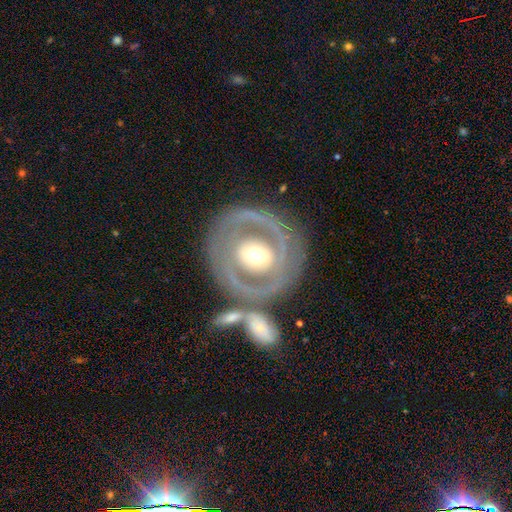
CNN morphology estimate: Q: Smooth or featured?
A: featured or disk (72%); runner-up: smooth (23%)
Q: Edge-on disk?
A: no (96%); runner-up: yes (4%)
Q: Bar?
A: no (53%); runner-up: weak (25%)
Q: Spiral arms?
A: no (53%); runner-up: yes (47%)
Q: Bulge size?
A: moderate (68%); runner-up: large (16%)
Q: Merging?
A: none (66%); runner-up: minor disturbance (13%)